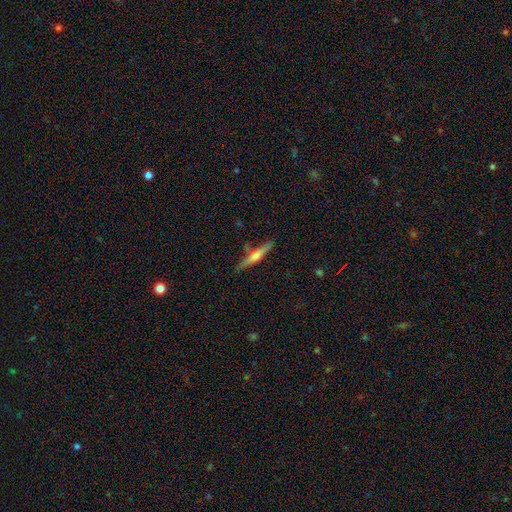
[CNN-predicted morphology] Q: Smooth or featured?
A: featured or disk (59%); runner-up: smooth (34%)
Q: Edge-on disk?
A: yes (97%); runner-up: no (3%)
Q: Edge-on bulge?
A: rounded (79%); runner-up: none (12%)
Q: Merging?
A: none (83%); runner-up: minor disturbance (11%)